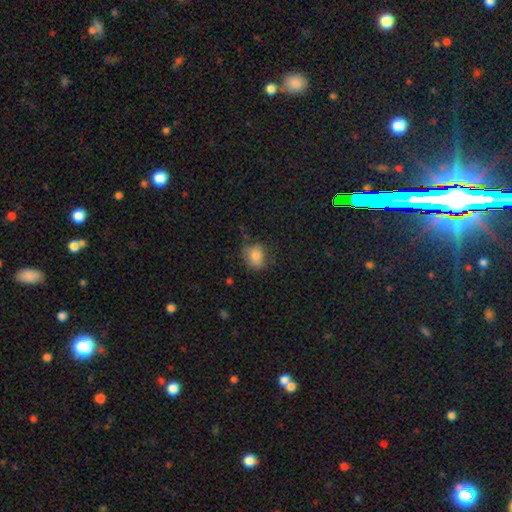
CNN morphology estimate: Overall: smooth (80%). How rounded: round (53%; in between 46%). Merging: none (64%; minor disturbance 26%).